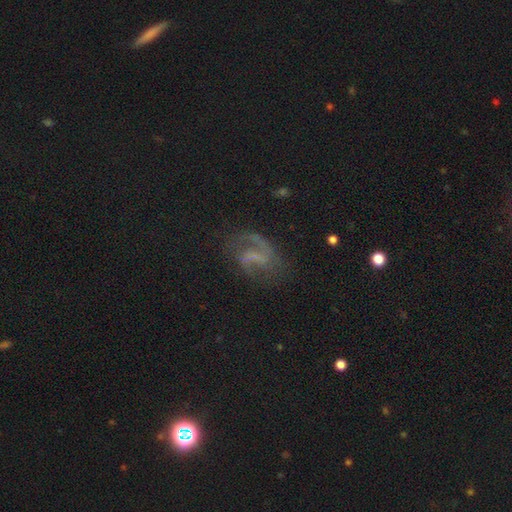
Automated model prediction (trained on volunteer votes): Overall: featured or disk (74%). Edge-on disk: no (97%). Bar: weak (45%; no 28%). Spiral arms: yes (90%). Spiral arm count: 2 (71%). Spiral winding: loose (47%; medium 40%). Bulge size: none (66%). Merging: none (61%).